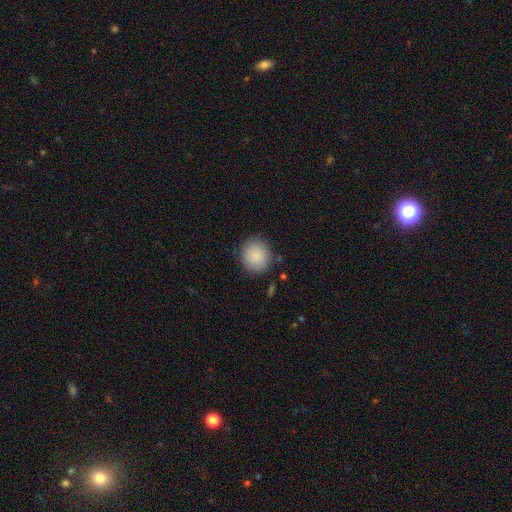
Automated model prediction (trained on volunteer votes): This appears to be a smooth galaxy with no disk features (88%) that is round (90%). Merging: none (86%).